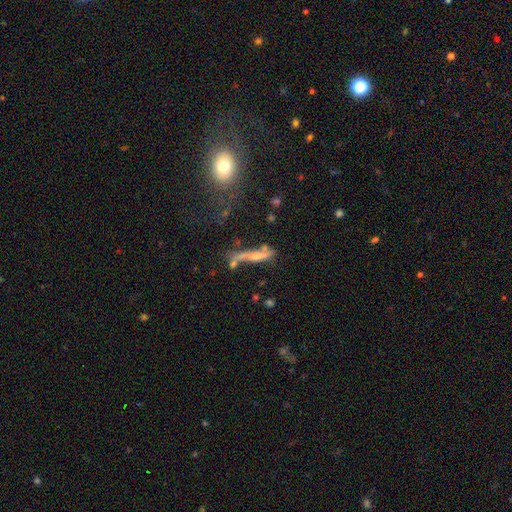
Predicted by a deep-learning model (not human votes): Smooth or featured: featured or disk — 53% (smooth — 35%)
Edge-on disk: yes — 58% (no — 42%)
Merging: none — 39% (merger — 22%)